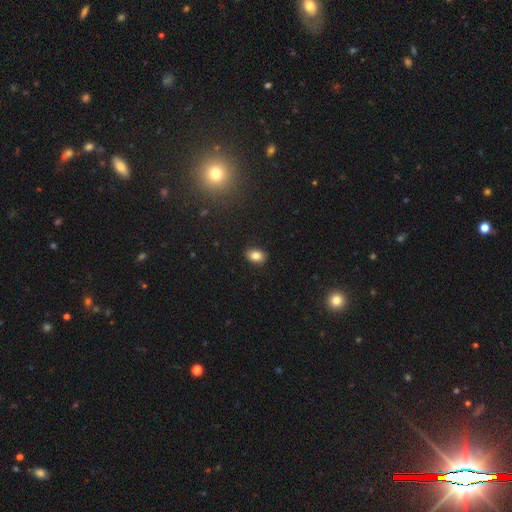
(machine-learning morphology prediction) Smooth or featured?
  - smooth: 83% *
  - star or artifact: 9%
  - featured or disk: 8%
How rounded?
  - in between: 80% *
  - round: 19%
  - cigar-shaped: 1%
Merging?
  - none: 88% *
  - minor disturbance: 9%
  - major disturbance: 2%
  - merger: 1%